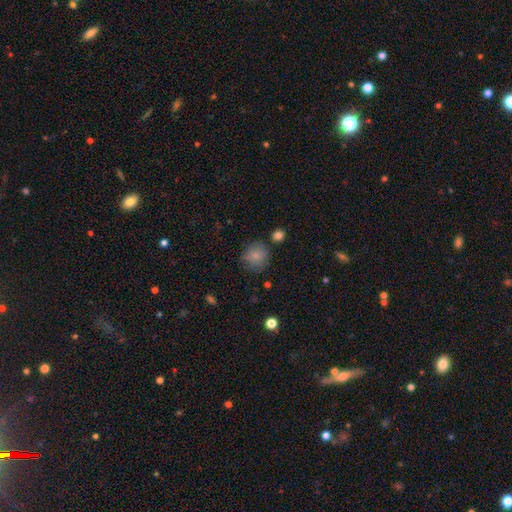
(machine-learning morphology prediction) The model was most divided on "merging": none: 73%, minor disturbance: 18%, major disturbance: 5%, merger: 4%. More confident: how rounded — round (87%); smooth or featured — smooth (81%).